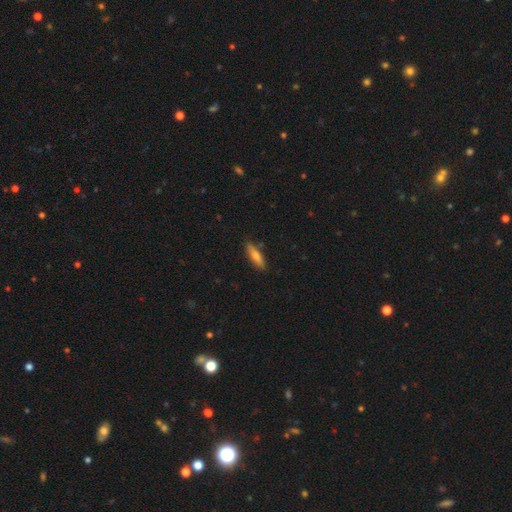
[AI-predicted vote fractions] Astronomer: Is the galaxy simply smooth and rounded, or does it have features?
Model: smooth — 68%.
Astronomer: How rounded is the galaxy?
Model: cigar-shaped — 62%.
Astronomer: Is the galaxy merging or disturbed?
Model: none — 85%.